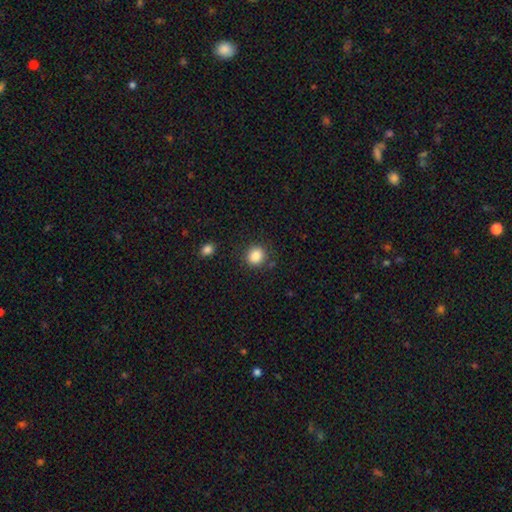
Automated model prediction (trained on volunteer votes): The model was most divided on "how rounded": round: 86%, in between: 13%, cigar-shaped: 1%. More confident: smooth or featured — smooth (86%); merging — none (85%).